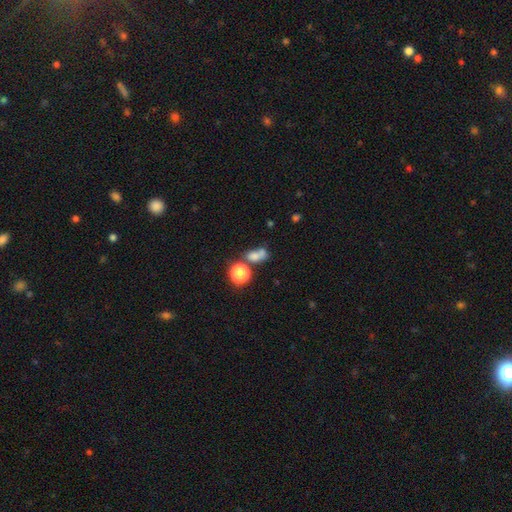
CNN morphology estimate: Smooth or featured: smooth — 69% (star or artifact — 19%)
How rounded: in between — 49% (round — 47%)
Merging: merger — 43% (none — 34%)